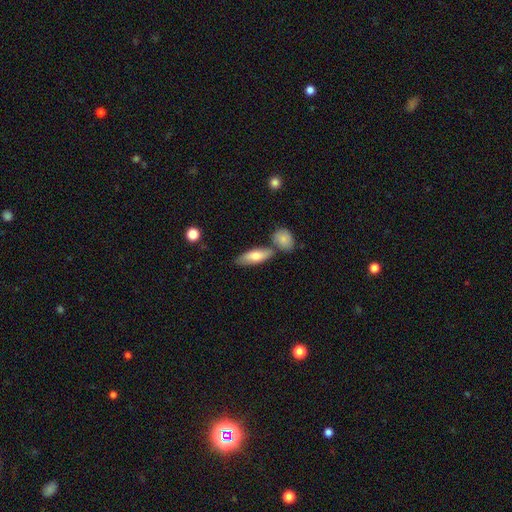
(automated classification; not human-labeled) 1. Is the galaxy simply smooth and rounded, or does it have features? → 73% smooth, 22% featured or disk, 5% star or artifact.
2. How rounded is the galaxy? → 62% in between, 36% cigar-shaped, 3% round.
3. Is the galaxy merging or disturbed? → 65% none, 18% merger, 13% minor disturbance, 3% major disturbance.